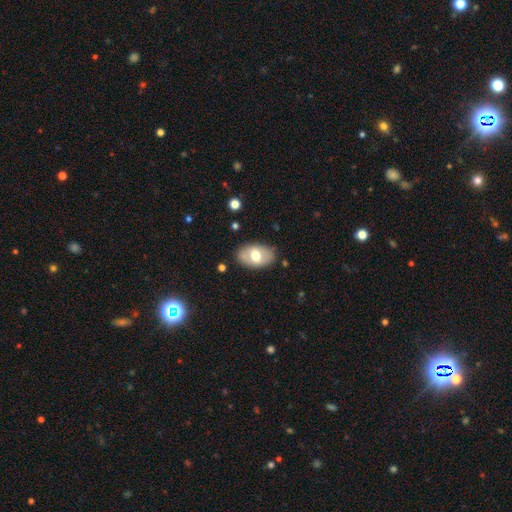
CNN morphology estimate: Smooth or featured? Predicted: smooth (p=0.61). How rounded? Predicted: in between (p=0.89). Merging? Predicted: none (p=0.82).